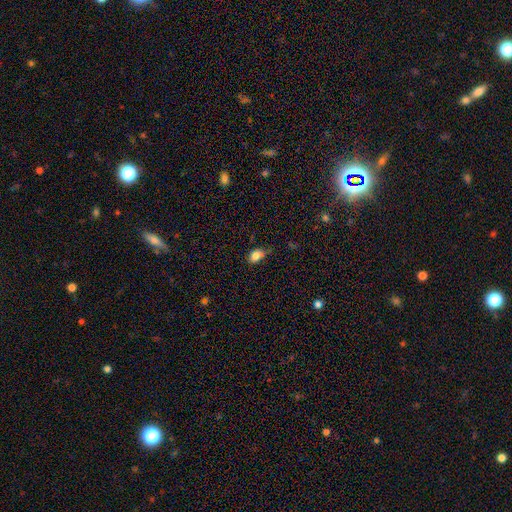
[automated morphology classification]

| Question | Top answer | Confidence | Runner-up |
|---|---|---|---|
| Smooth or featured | smooth | 81% | star or artifact (11%) |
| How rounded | in between | 71% | round (27%) |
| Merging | none | 43% | minor disturbance (36%) |